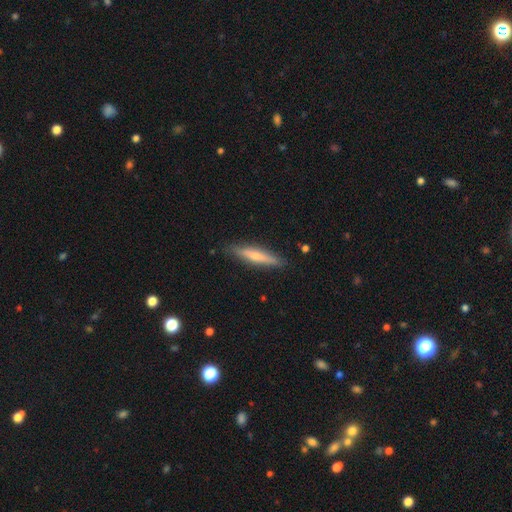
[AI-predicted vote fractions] A smooth galaxy with no disk features (48%). Merging: none (89%).